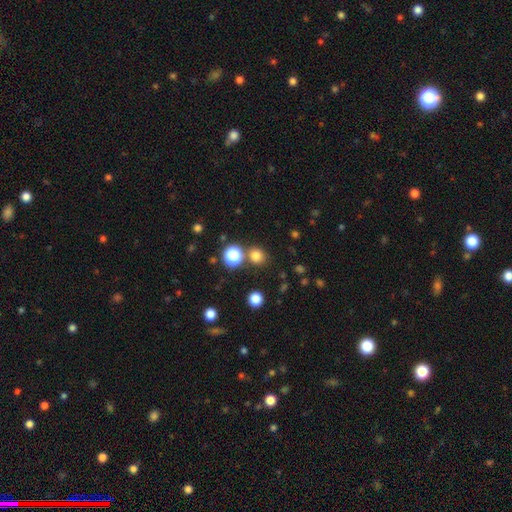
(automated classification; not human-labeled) This is likely a smooth galaxy (77%). How rounded: clearly round (85%). Merging: likely none (77%).